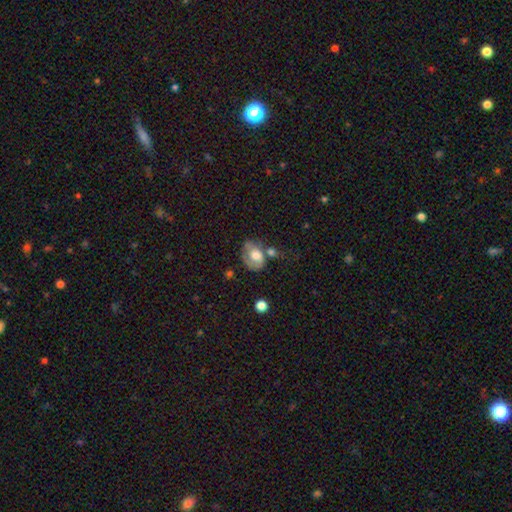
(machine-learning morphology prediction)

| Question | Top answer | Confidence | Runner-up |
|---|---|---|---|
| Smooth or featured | smooth | 52% | featured or disk (40%) |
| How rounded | in between | 71% | round (28%) |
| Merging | none | 36% | minor disturbance (27%) |